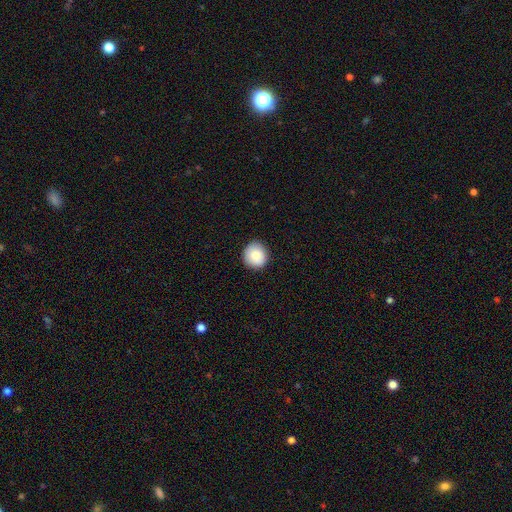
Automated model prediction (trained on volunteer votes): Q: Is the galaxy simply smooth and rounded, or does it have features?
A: smooth — 87%.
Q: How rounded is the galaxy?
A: round — 90%.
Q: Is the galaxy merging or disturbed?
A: none — 89%.